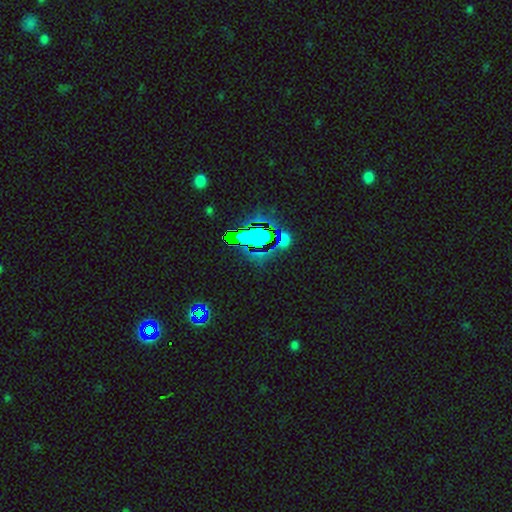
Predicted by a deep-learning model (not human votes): Morphology: type=star or artifact (71%).